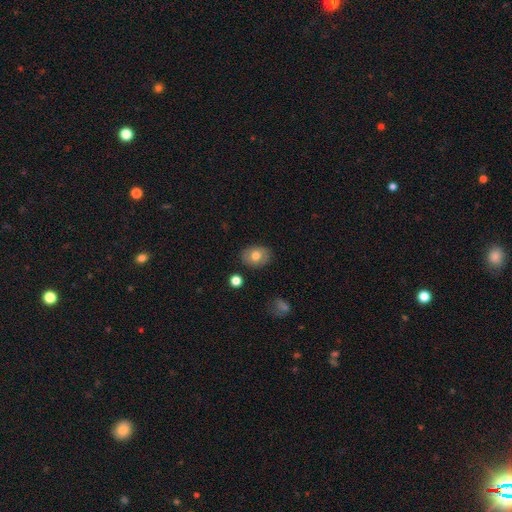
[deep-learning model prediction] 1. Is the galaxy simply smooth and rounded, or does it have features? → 74% smooth, 18% featured or disk, 8% star or artifact.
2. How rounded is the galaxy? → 65% in between, 34% round, 1% cigar-shaped.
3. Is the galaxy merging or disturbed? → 85% none, 11% minor disturbance, 3% major disturbance, 2% merger.